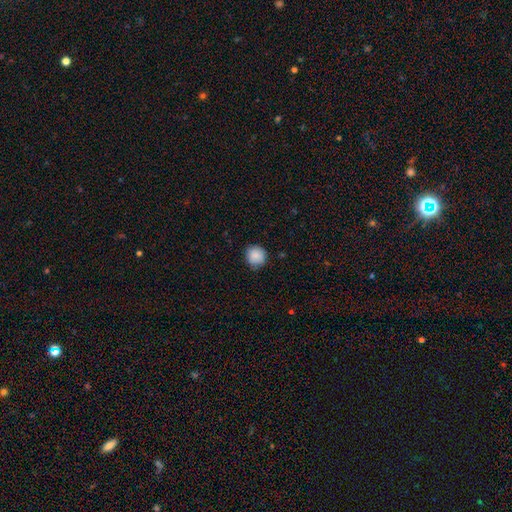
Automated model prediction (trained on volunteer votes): The model was most divided on "merging": none: 84%, minor disturbance: 13%, major disturbance: 2%, merger: 1%. More confident: how rounded — round (92%); smooth or featured — smooth (88%).